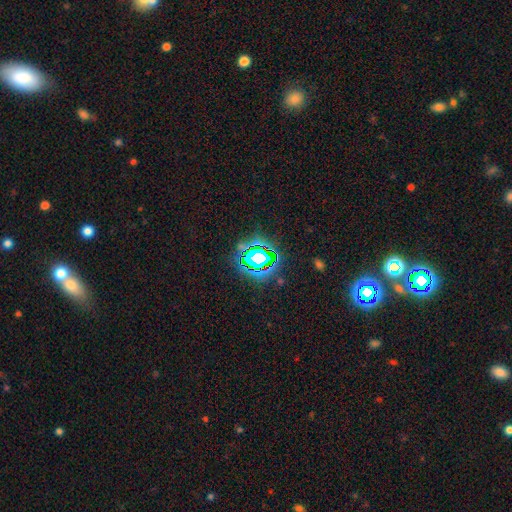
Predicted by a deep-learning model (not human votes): star or artifact 67%, smooth 20%, featured or disk 13%.